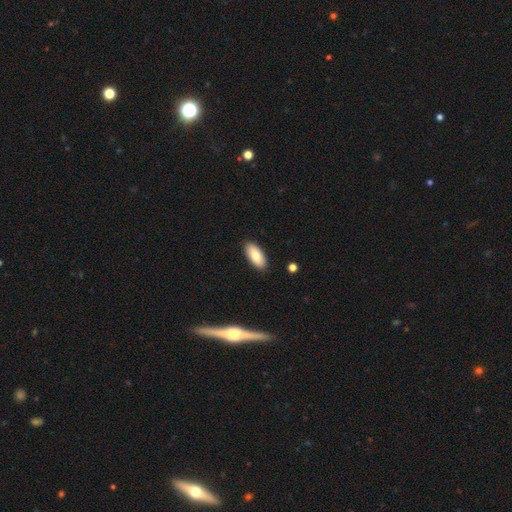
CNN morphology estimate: Smooth or featured?
  - smooth: 80% *
  - featured or disk: 13%
  - star or artifact: 7%
How rounded?
  - in between: 87% *
  - cigar-shaped: 11%
  - round: 2%
Merging?
  - none: 88% *
  - minor disturbance: 9%
  - major disturbance: 2%
  - merger: 1%